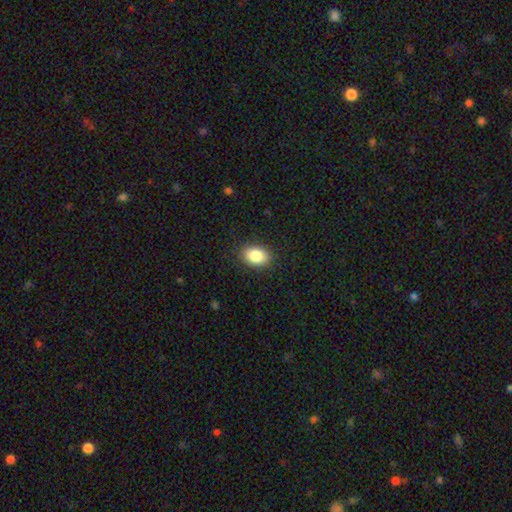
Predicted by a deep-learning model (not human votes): Q: Smooth or featured?
A: smooth (86%); runner-up: star or artifact (8%)
Q: How rounded?
A: in between (81%); runner-up: round (18%)
Q: Merging?
A: none (88%); runner-up: minor disturbance (8%)